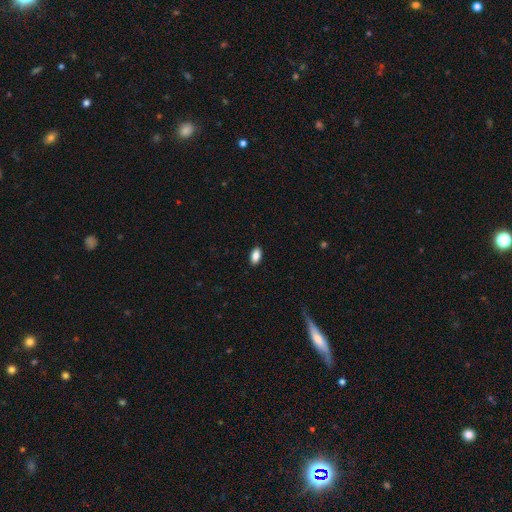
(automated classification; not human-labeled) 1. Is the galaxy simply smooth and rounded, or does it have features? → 88% smooth, 7% star or artifact, 5% featured or disk.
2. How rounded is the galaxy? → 93% in between, 4% round, 4% cigar-shaped.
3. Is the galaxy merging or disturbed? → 90% none, 8% minor disturbance, 2% major disturbance, 1% merger.